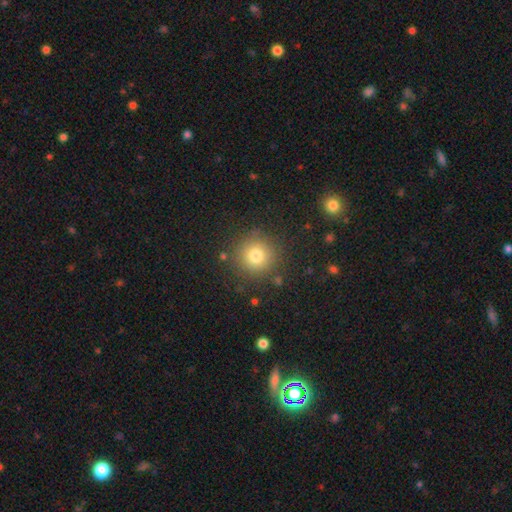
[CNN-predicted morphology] This is likely a smooth galaxy (78%). How rounded: clearly round (94%). Merging: clearly none (87%).